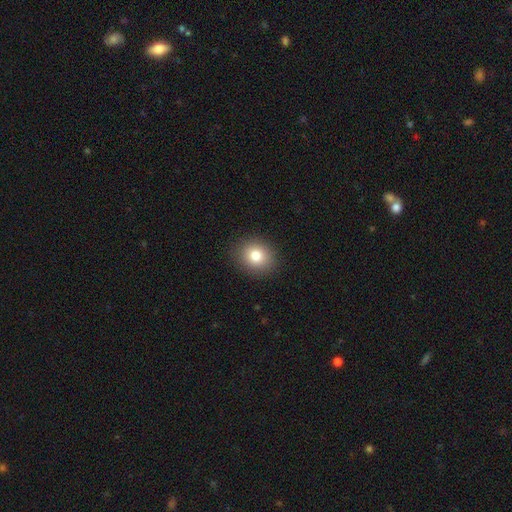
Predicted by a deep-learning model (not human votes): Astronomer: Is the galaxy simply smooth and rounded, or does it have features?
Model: smooth — 80%.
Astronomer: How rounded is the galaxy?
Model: round — 71%.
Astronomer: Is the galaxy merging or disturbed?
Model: none — 90%.